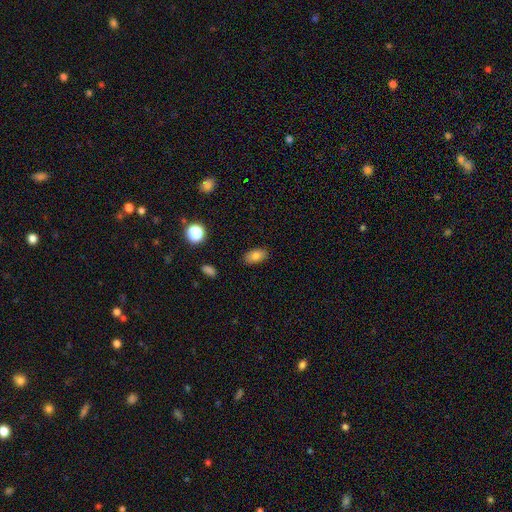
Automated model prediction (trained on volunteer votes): A smooth galaxy with no disk features (79%) that is in between round and cigar-shaped (90%).

Vote fractions:
- Smooth or featured? smooth: 79% / featured or disk: 10% / star or artifact: 10%
- How rounded? in between: 90% / round: 7% / cigar-shaped: 3%
- Merging? none: 86% / minor disturbance: 10% / major disturbance: 2% / merger: 1%